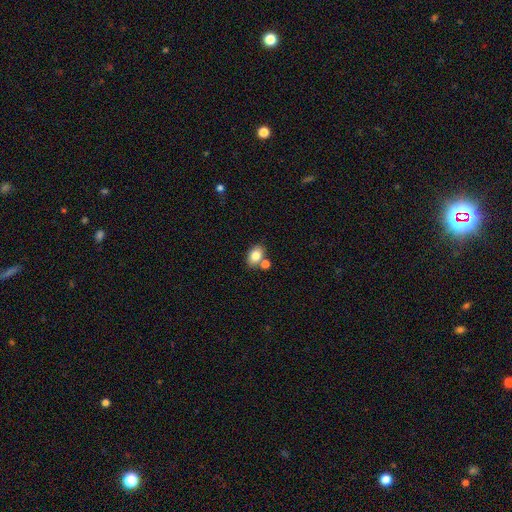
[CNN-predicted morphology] The model was most divided on "merging": none: 63%, merger: 22%, minor disturbance: 12%, major disturbance: 3%. More confident: smooth or featured — smooth (81%); how rounded — in between (78%).